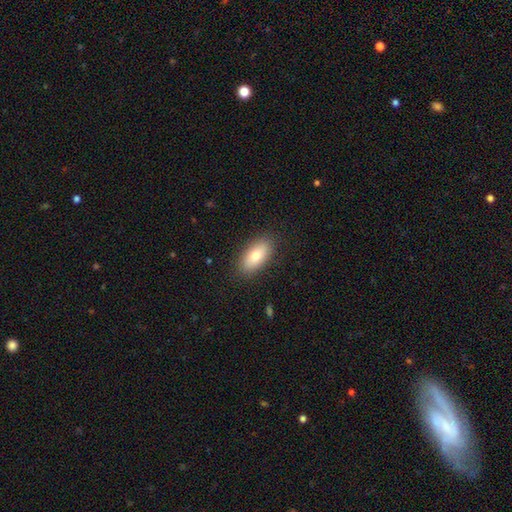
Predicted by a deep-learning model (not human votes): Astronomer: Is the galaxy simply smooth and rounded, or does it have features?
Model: smooth — 78%.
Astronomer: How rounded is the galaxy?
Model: in between — 88%.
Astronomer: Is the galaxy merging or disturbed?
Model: none — 87%.